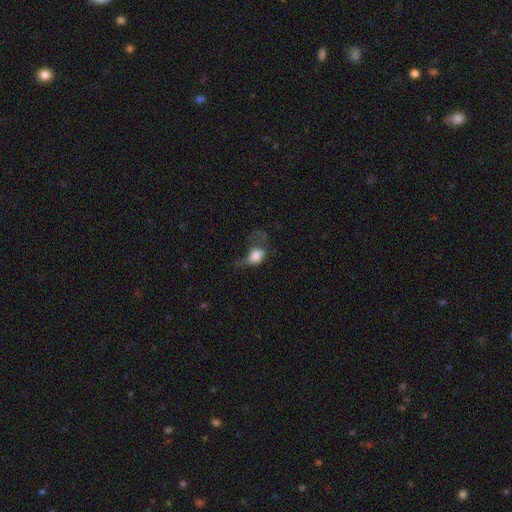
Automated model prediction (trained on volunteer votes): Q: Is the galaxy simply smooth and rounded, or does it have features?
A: smooth — 66%.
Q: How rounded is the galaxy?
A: in between — 54%.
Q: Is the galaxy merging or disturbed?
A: major disturbance — 61%.